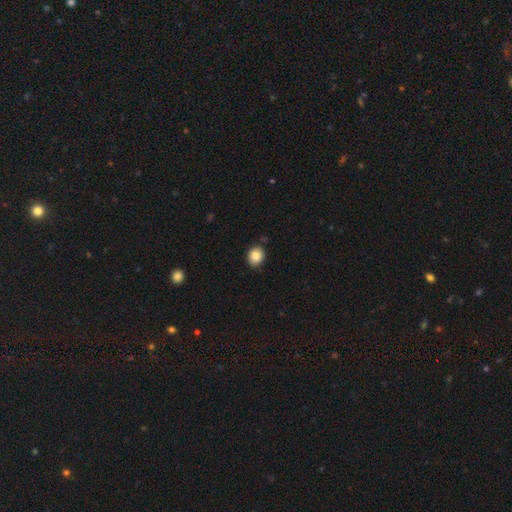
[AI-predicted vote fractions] This is clearly a smooth galaxy (87%). How rounded: likely round (68%). Merging: clearly none (86%).